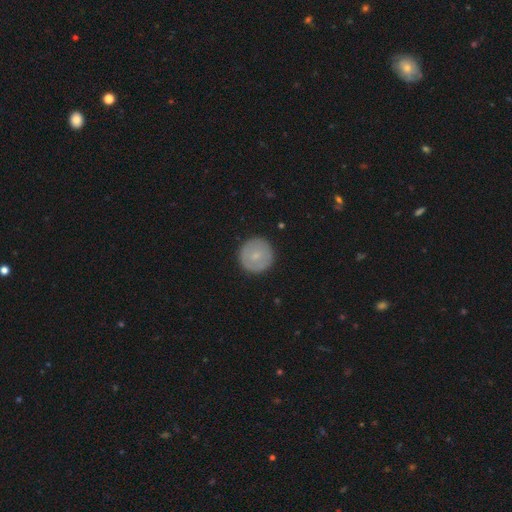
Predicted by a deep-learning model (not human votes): smooth 65%, featured or disk 29%, star or artifact 6%. Down the decision tree: how rounded — round (95%); merging — none (91%).